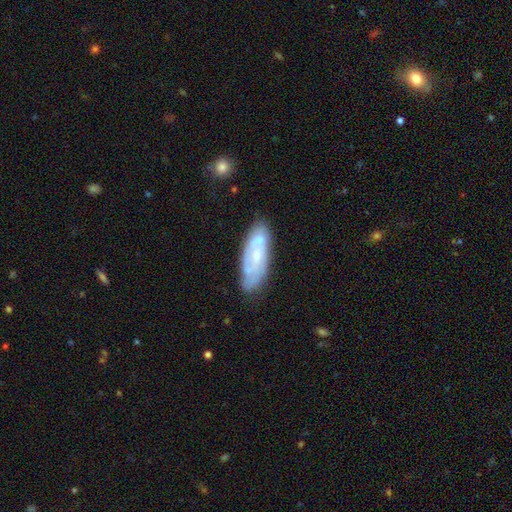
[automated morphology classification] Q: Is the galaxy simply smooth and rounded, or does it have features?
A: featured or disk — 62%.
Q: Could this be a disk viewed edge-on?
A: no — 87%.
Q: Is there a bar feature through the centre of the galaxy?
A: no — 70%.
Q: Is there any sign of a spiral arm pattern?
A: yes — 62%.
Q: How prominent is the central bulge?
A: small — 62%.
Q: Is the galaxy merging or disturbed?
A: none — 65%.